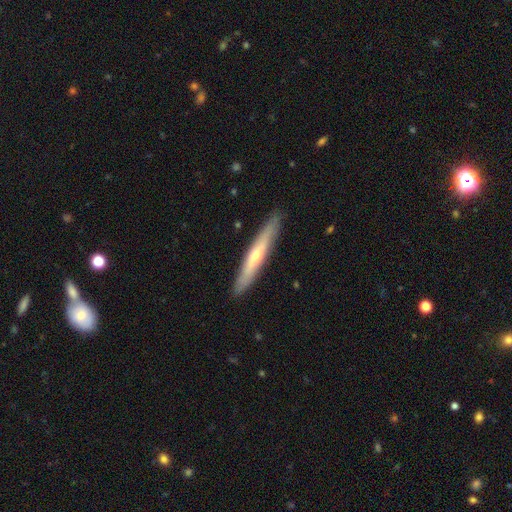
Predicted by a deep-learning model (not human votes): Morphology: type=featured or disk (52%); edge-on=yes (89%); merging=none (90%).